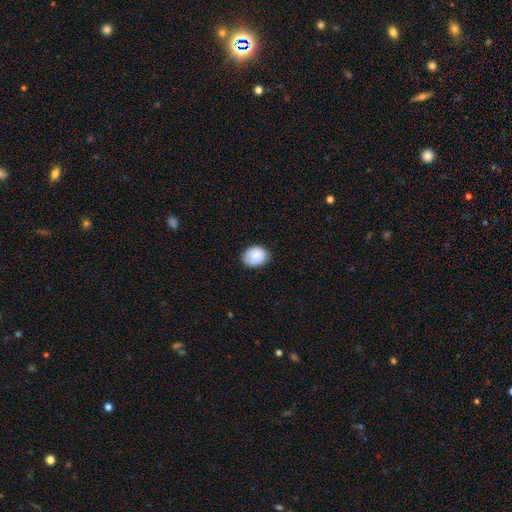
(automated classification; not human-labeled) Smooth or featured?
  - smooth: 86% *
  - featured or disk: 7%
  - star or artifact: 7%
How rounded?
  - in between: 55% *
  - round: 44%
  - cigar-shaped: 1%
Merging?
  - none: 80% *
  - minor disturbance: 16%
  - major disturbance: 3%
  - merger: 1%